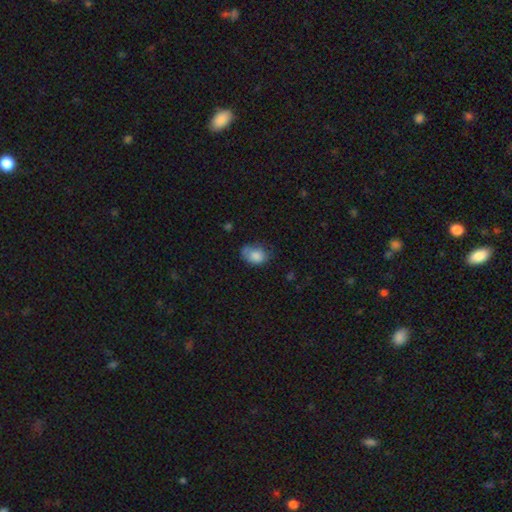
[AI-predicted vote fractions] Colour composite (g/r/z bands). It shows a smooth galaxy with no disk features (81%) that is in between round and cigar-shaped (68%). Merging: none (47%).